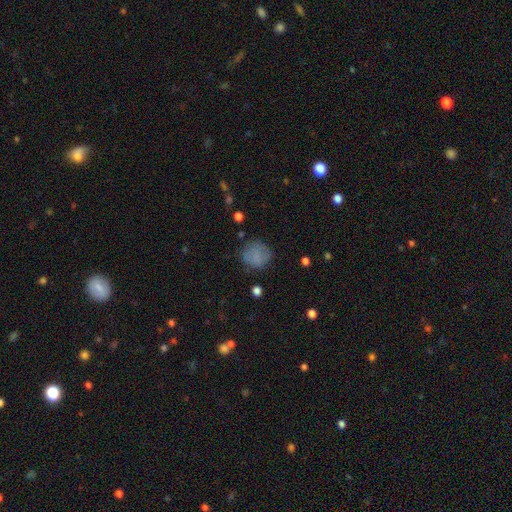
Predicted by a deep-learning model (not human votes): Smooth or featured?
  - smooth: 78% *
  - featured or disk: 12%
  - star or artifact: 10%
How rounded?
  - round: 82% *
  - in between: 17%
  - cigar-shaped: 1%
Merging?
  - none: 73% *
  - minor disturbance: 18%
  - major disturbance: 7%
  - merger: 2%